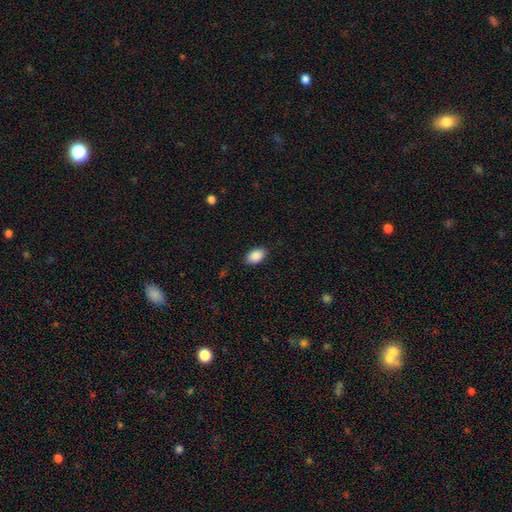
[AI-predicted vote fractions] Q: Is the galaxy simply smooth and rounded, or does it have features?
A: smooth — 89%.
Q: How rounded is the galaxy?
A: in between — 92%.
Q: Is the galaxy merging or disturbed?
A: none — 87%.